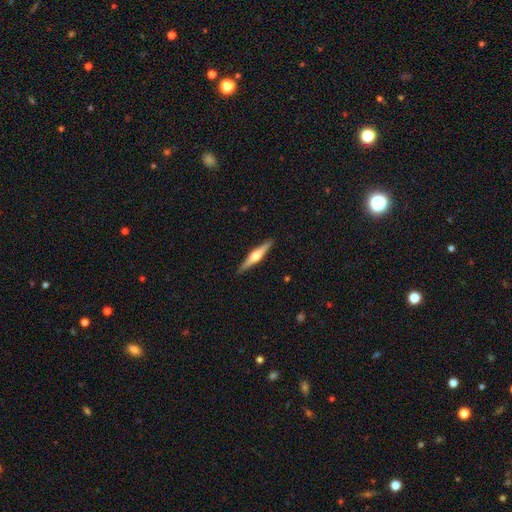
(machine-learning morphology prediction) featured or disk 72%, smooth 23%, star or artifact 5%. Down the decision tree: edge-on disk — yes (98%); edge-on bulge — rounded (93%); merging — none (91%).